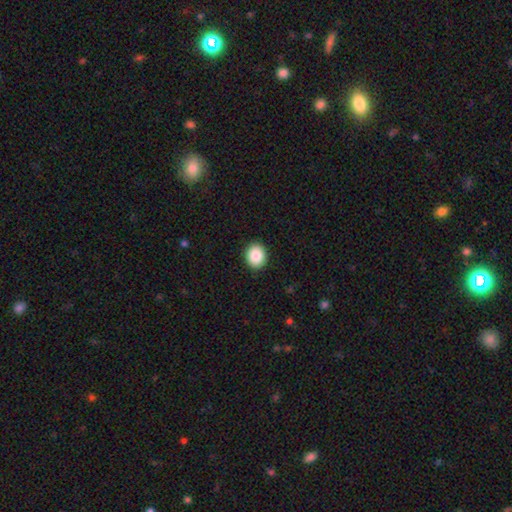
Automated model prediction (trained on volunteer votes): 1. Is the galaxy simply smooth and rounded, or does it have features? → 87% smooth, 8% star or artifact, 5% featured or disk.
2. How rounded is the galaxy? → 58% round, 41% in between, 1% cigar-shaped.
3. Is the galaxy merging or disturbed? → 91% none, 6% minor disturbance, 2% major disturbance, 1% merger.